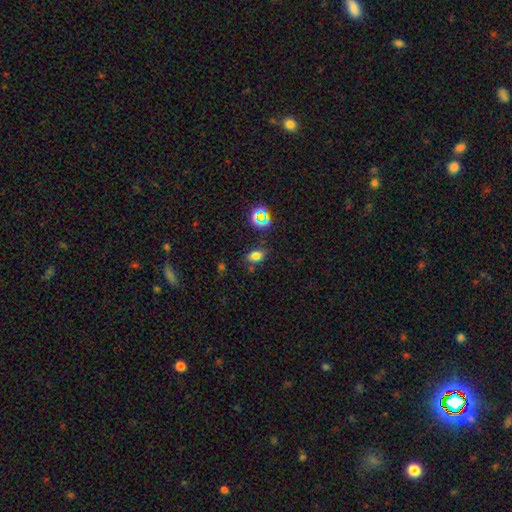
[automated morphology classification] Q: Smooth or featured?
A: smooth (72%); runner-up: star or artifact (19%)
Q: How rounded?
A: in between (82%); runner-up: round (16%)
Q: Merging?
A: none (78%); runner-up: minor disturbance (14%)